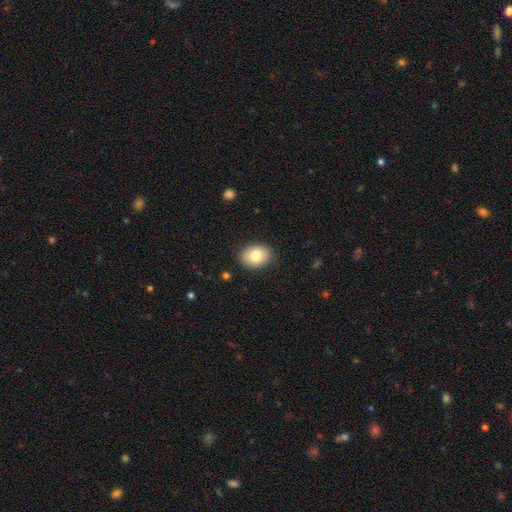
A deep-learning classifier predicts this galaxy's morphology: This is clearly a smooth galaxy (80%). How rounded: likely in between (68%). Merging: clearly none (88%).